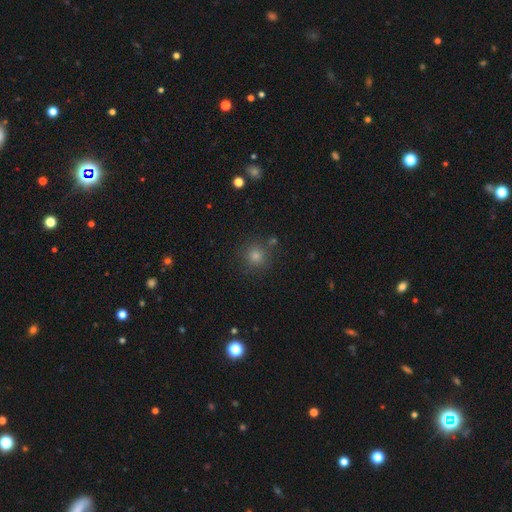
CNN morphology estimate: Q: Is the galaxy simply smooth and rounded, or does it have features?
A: smooth — 72%.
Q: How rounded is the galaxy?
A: round — 94%.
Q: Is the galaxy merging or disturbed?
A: none — 86%.